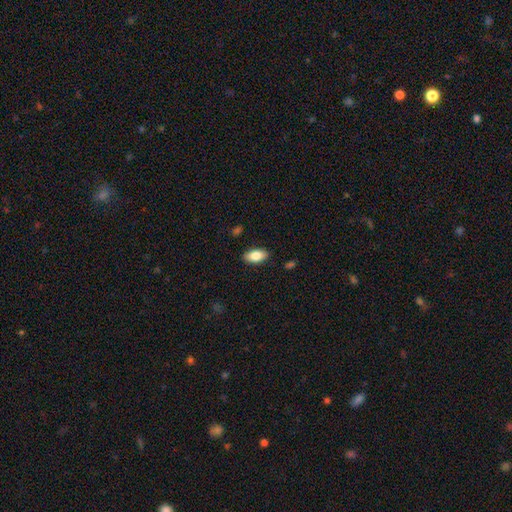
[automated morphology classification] Smooth or featured: smooth — 84% (featured or disk — 9%)
How rounded: in between — 92% (cigar-shaped — 5%)
Merging: none — 87% (minor disturbance — 9%)